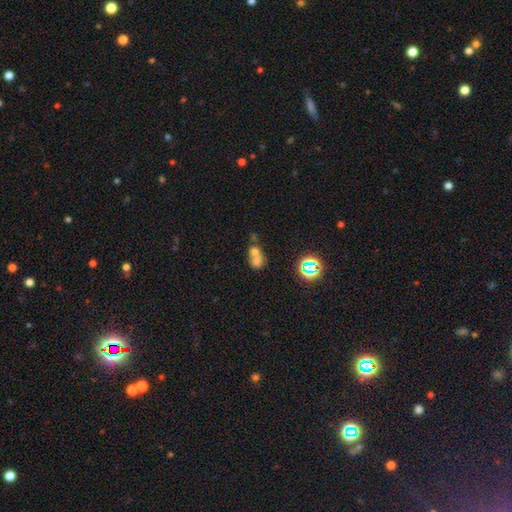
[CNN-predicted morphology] A smooth galaxy with no disk features (60%) that is round (57%). Merging: merger (65%).